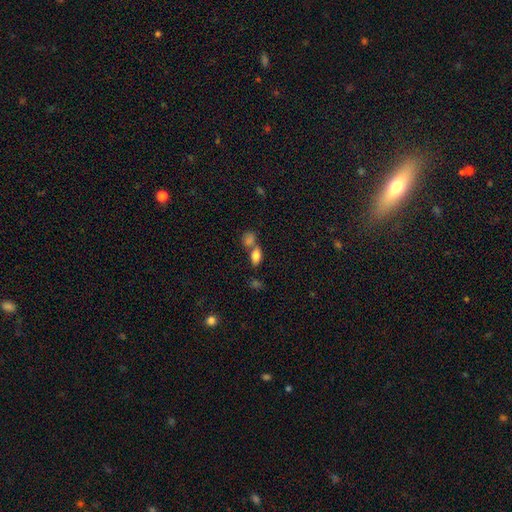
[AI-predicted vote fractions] smooth-or-featured: smooth: 80% | featured or disk: 11% | star or artifact: 10%
  how-rounded: in between: 86% | round: 9% | cigar-shaped: 5%
  merging: none: 50% | merger: 35% | minor disturbance: 11% | major disturbance: 4%